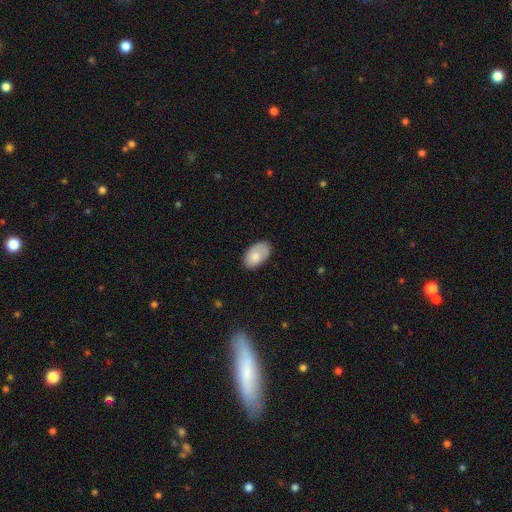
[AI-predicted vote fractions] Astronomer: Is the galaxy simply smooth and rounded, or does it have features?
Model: smooth — 81%.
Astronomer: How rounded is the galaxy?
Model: in between — 93%.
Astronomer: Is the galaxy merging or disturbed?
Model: none — 73%.